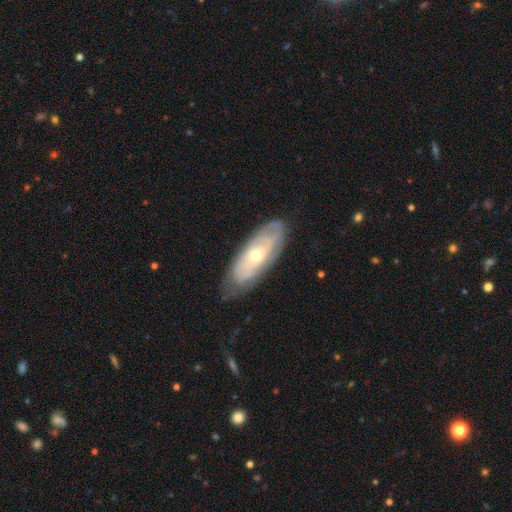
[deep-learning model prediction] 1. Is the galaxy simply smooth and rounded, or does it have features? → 69% featured or disk, 25% smooth, 6% star or artifact.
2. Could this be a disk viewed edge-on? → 84% no, 16% yes.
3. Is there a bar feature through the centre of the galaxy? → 82% no, 15% weak, 4% strong.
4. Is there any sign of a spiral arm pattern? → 69% yes, 31% no.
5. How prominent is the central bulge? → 53% moderate, 42% small, 2% large, 1% none, 1% dominant.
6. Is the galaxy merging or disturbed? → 75% none, 19% minor disturbance, 5% major disturbance, 1% merger.